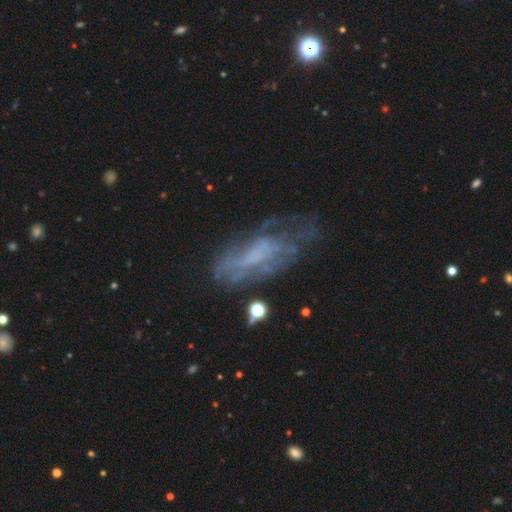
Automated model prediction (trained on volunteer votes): Overall: featured or disk (62%; smooth 26%). Edge-on disk: no (88%). Bar: no (62%; weak 29%). Spiral arms: no (50%, tied with yes). Bulge size: none (55%; small 25%). Merging: none (45%; major disturbance 26%).